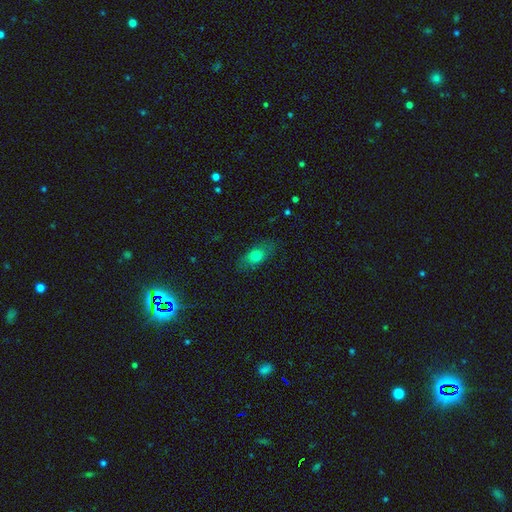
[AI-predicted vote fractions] This is likely a smooth galaxy (73%). How rounded: likely in between (78%). Merging: likely none (79%).